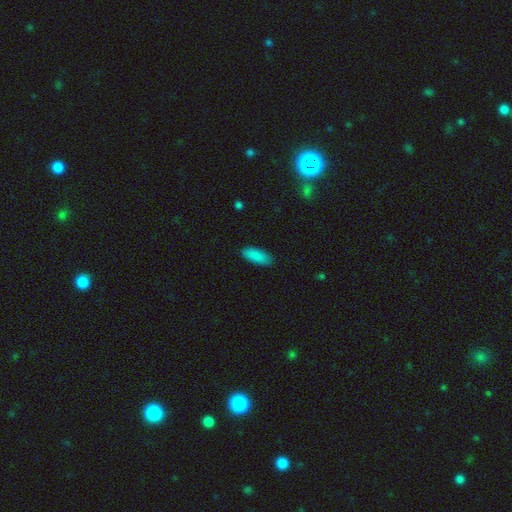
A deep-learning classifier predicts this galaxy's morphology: Smooth or featured?
  - smooth: 89% *
  - star or artifact: 6%
  - featured or disk: 4%
How rounded?
  - in between: 78% *
  - cigar-shaped: 20%
  - round: 2%
Merging?
  - none: 88% *
  - minor disturbance: 9%
  - major disturbance: 2%
  - merger: 1%